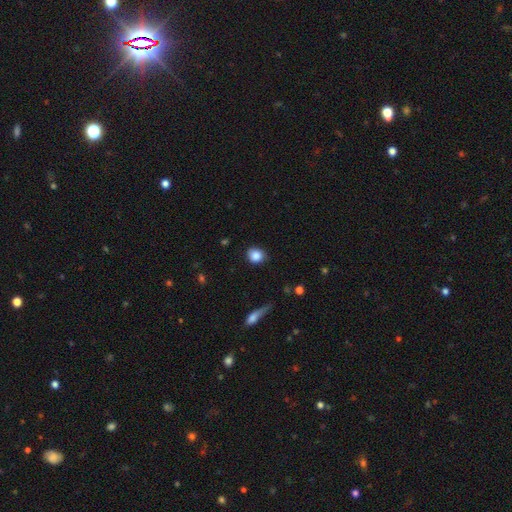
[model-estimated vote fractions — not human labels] Smooth or featured? smooth (86%)
How rounded? round (73%)
Merging? none (82%)